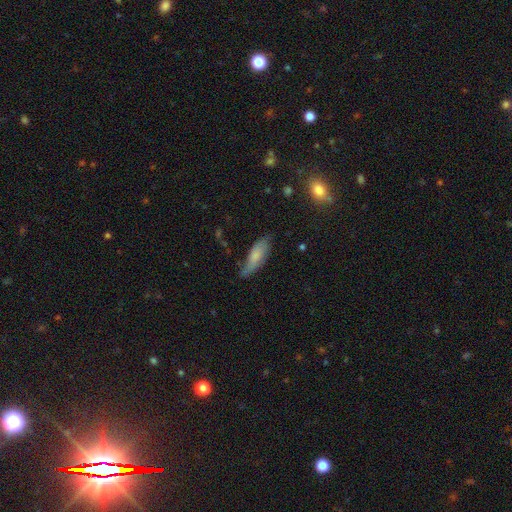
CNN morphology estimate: smooth_or_featured: smooth (p=0.66) [alt: featured or disk p=0.27]
how_rounded: in between (p=0.56) [alt: cigar-shaped p=0.42]
merging: none (p=0.60) [alt: minor disturbance p=0.31]